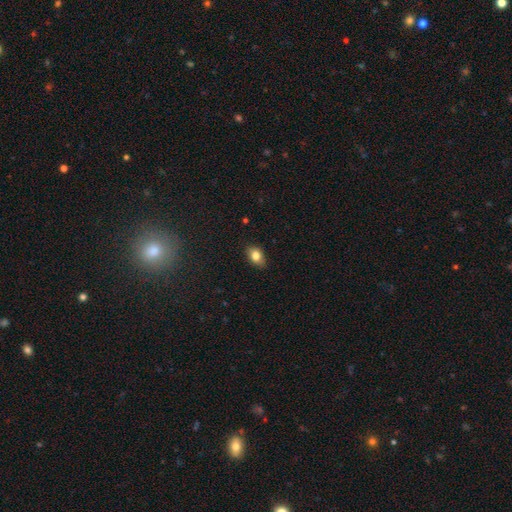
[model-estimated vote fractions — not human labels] This is likely a smooth galaxy (80%). How rounded: clearly in between (83%). Merging: clearly none (83%).